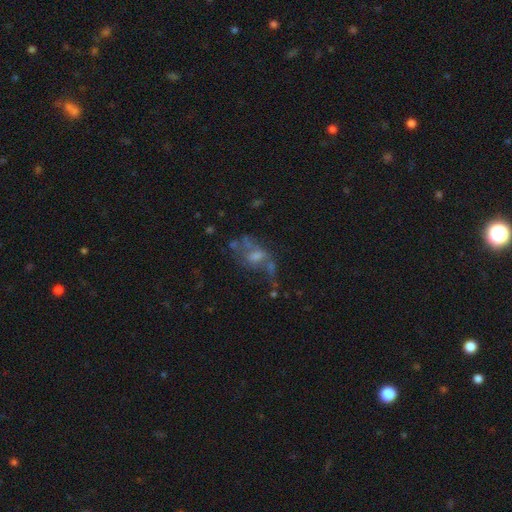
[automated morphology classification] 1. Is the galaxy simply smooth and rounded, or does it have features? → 56% featured or disk, 25% smooth, 19% star or artifact.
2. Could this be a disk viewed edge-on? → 95% no, 5% yes.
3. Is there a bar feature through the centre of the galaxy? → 71% no, 23% weak, 5% strong.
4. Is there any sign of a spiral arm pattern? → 66% no, 34% yes.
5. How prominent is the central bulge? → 35% moderate, 34% small, 24% none, 5% large, 2% dominant.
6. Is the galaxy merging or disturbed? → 37% major disturbance, 31% none, 17% minor disturbance, 16% merger.